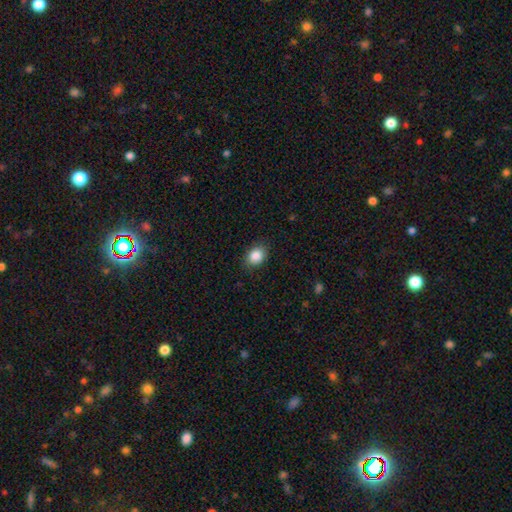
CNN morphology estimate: Smooth or featured? smooth (87%)
How rounded? in between (60%)
Merging? none (86%)